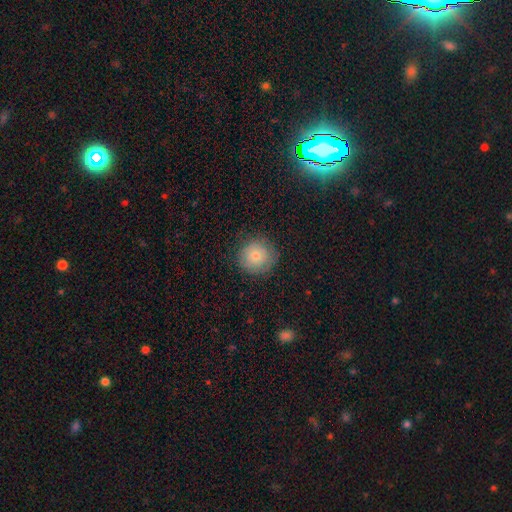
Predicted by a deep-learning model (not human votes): Q: Smooth or featured?
A: smooth (77%); runner-up: featured or disk (14%)
Q: How rounded?
A: round (94%); runner-up: in between (5%)
Q: Merging?
A: none (84%); runner-up: minor disturbance (12%)